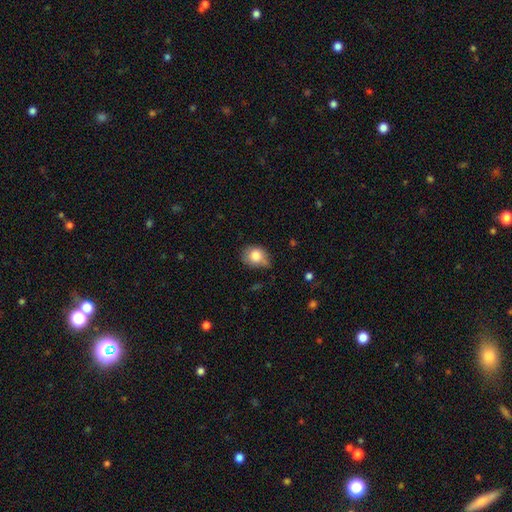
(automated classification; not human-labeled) Smooth or featured?
  - smooth: 80% *
  - featured or disk: 11%
  - star or artifact: 9%
How rounded?
  - round: 57% *
  - in between: 42%
  - cigar-shaped: 1%
Merging?
  - none: 47% *
  - minor disturbance: 38%
  - major disturbance: 10%
  - merger: 5%